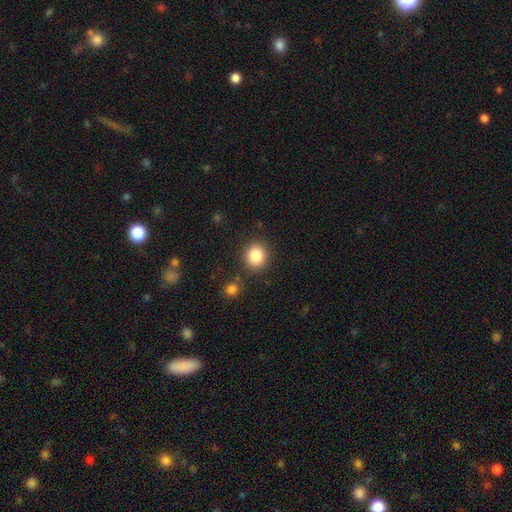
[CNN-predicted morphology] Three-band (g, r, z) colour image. It shows a smooth galaxy with no disk features (85%) that is round (82%). Merging: none (85%).